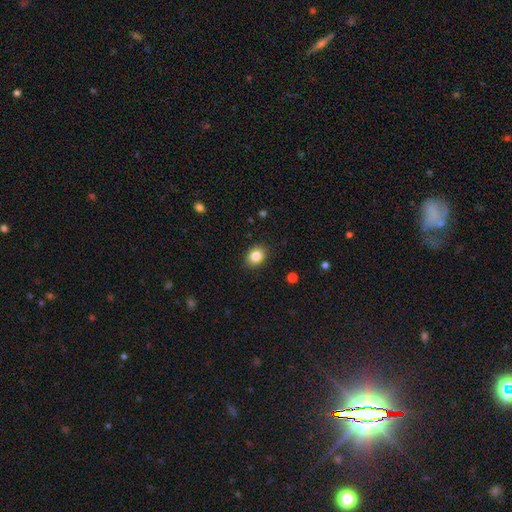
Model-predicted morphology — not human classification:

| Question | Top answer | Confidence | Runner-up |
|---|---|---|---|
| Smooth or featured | smooth | 85% | star or artifact (9%) |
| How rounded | in between | 51% | round (48%) |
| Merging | none | 88% | minor disturbance (9%) |